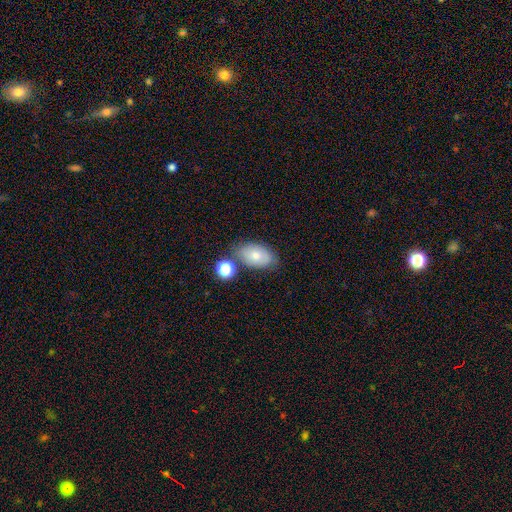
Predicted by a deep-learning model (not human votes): A smooth galaxy with no disk features (72%) that is in between round and cigar-shaped (89%). Merging: none (67%).